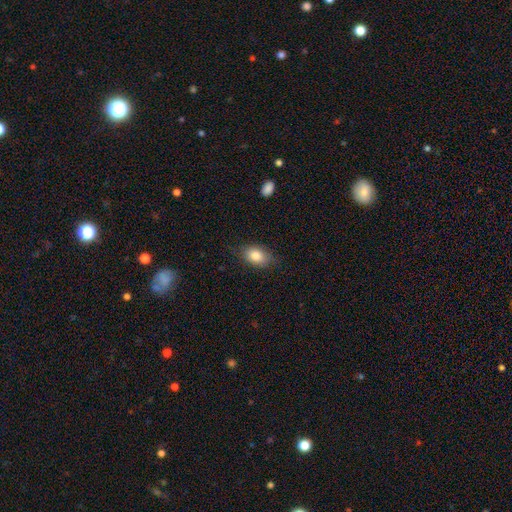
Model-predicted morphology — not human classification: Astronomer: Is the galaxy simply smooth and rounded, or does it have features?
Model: smooth — 84%.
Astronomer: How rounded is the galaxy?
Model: in between — 84%.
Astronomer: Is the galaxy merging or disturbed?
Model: none — 80%.